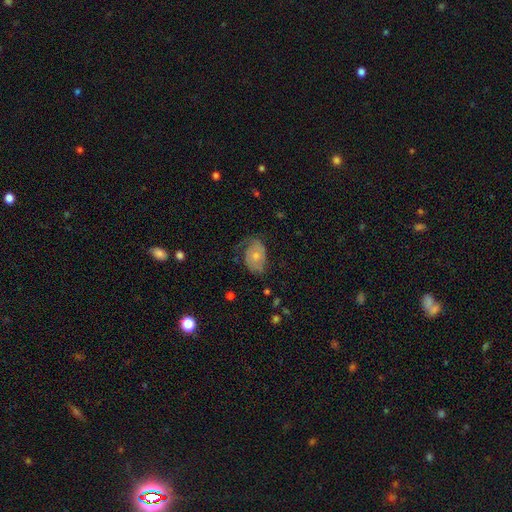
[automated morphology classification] Smooth or featured? featured or disk (57%)
Edge-on disk? no (96%)
Bar? no (80%)
Spiral arms? yes (78%)
Bulge size? moderate (49%)
Merging? none (48%)